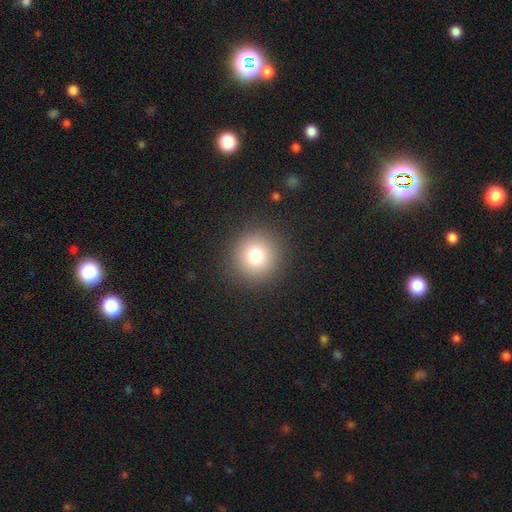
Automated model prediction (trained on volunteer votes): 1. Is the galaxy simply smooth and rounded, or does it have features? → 79% smooth, 13% star or artifact, 8% featured or disk.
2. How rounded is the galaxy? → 94% round, 5% in between, 1% cigar-shaped.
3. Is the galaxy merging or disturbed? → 91% none, 6% minor disturbance, 3% major disturbance, 1% merger.